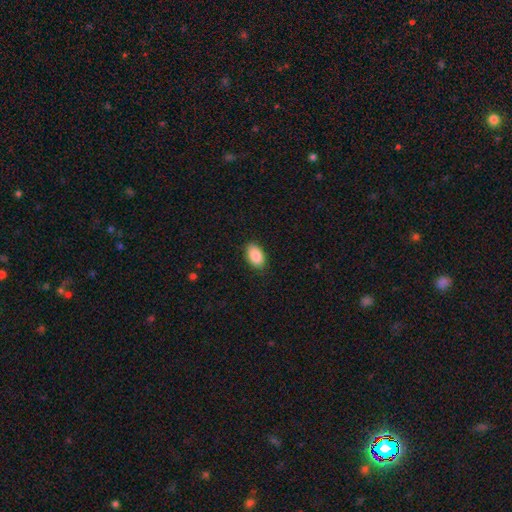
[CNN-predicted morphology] Smooth or featured? Predicted: smooth (p=0.90). How rounded? Predicted: in between (p=0.93). Merging? Predicted: none (p=0.87).